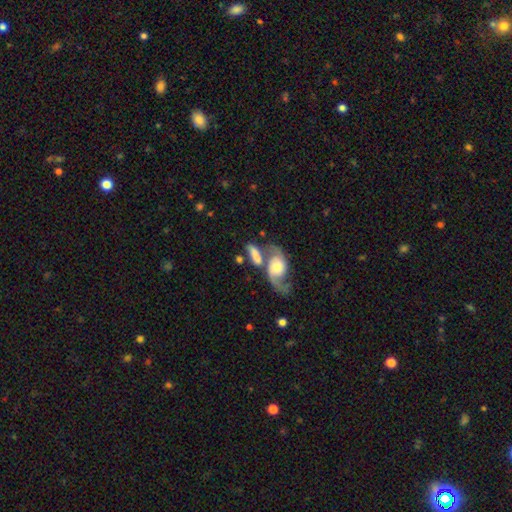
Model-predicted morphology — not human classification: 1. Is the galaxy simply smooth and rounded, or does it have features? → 50% featured or disk, 43% smooth, 8% star or artifact.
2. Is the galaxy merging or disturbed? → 50% merger, 27% none, 12% major disturbance, 12% minor disturbance.